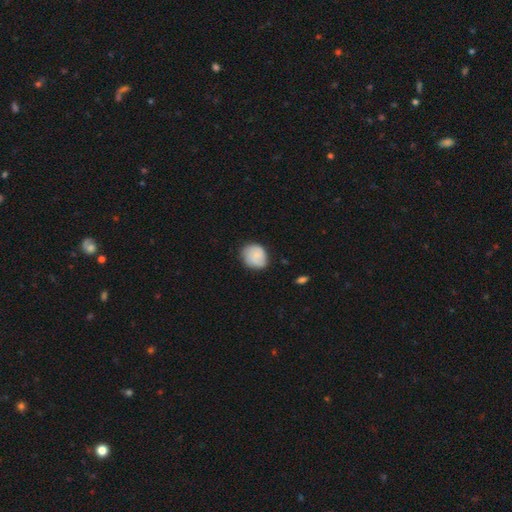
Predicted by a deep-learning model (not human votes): smooth 75%, featured or disk 17%, star or artifact 7%. Down the decision tree: how rounded — round (63%); merging — none (69%).